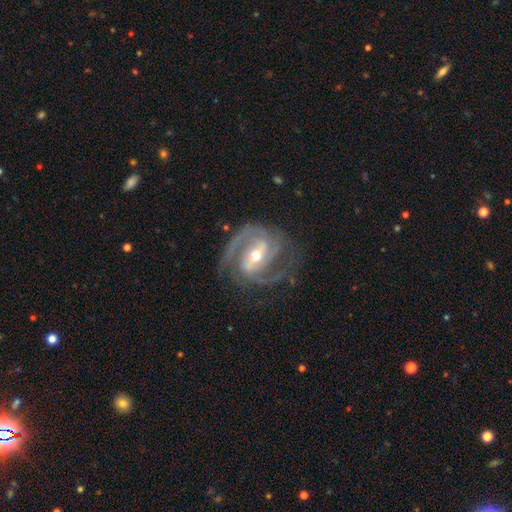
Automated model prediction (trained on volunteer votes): This is clearly a featured or disk galaxy (92%). It is clearly not viewed edge-on (97%). Bar: possibly strong (47%). Spiral arm pattern: clearly yes (98%). Spiral arm count: possibly 2 (52%). Spiral winding: possibly medium (53%). Central bulge: likely moderate (62%). Merging: likely none (71%).